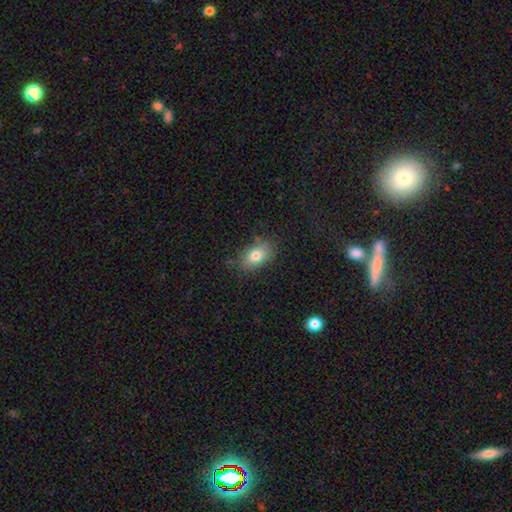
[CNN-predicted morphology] Smooth or featured?
  - smooth: 78% *
  - featured or disk: 12%
  - star or artifact: 9%
How rounded?
  - in between: 84% *
  - round: 14%
  - cigar-shaped: 2%
Merging?
  - none: 79% *
  - minor disturbance: 15%
  - major disturbance: 4%
  - merger: 2%